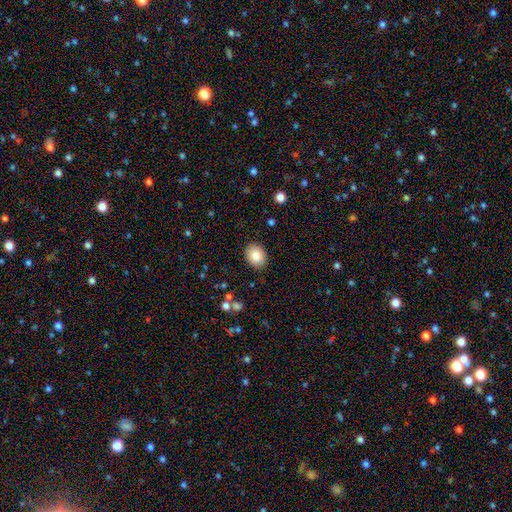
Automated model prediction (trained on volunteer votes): smooth 84%, featured or disk 8%, star or artifact 7%. Down the decision tree: how rounded — in between (63%); merging — none (88%).